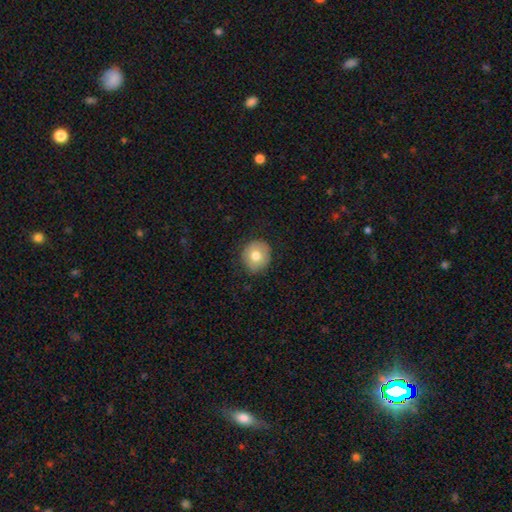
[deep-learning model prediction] smooth_or_featured: smooth (p=0.75) [alt: featured or disk p=0.16]
how_rounded: round (p=0.88) [alt: in between p=0.11]
merging: none (p=0.86) [alt: minor disturbance p=0.10]